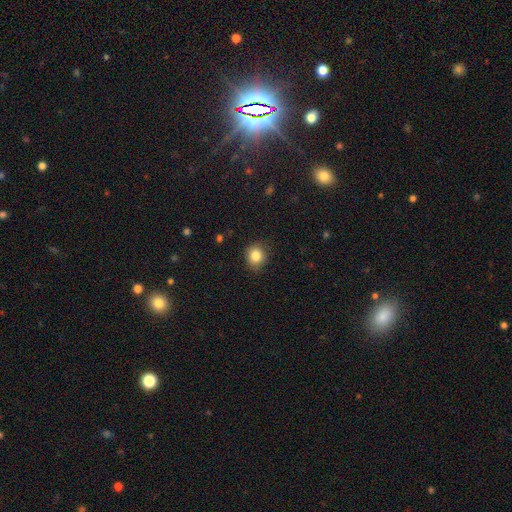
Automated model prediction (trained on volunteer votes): A smooth galaxy with no disk features (85%) that is round (80%). Merging: none (84%).